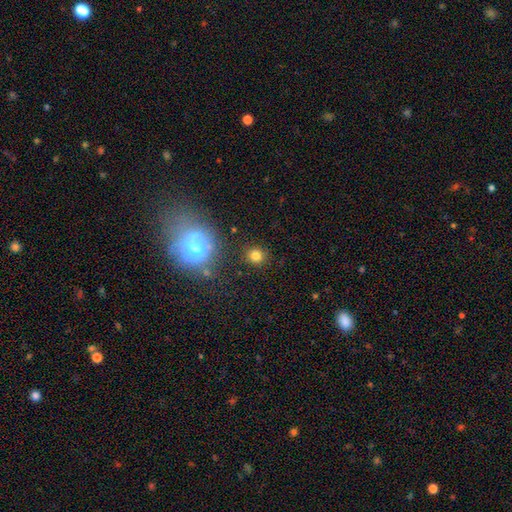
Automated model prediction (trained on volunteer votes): This appears to be a smooth galaxy with no disk features (80%) that is round (89%). Merging: none (87%).